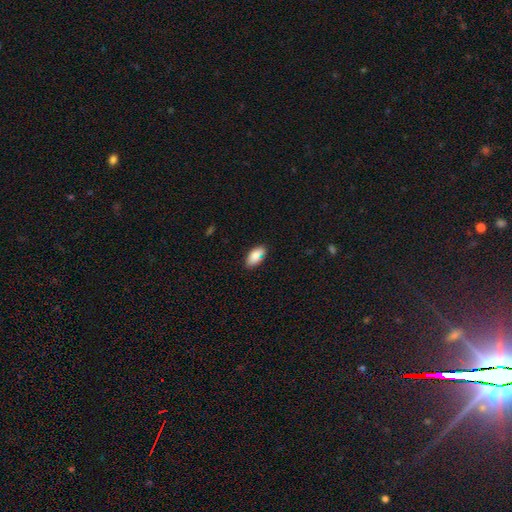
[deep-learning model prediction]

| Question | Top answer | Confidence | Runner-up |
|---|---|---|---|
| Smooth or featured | smooth | 85% | star or artifact (8%) |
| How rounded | in between | 91% | cigar-shaped (6%) |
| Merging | none | 78% | minor disturbance (17%) |